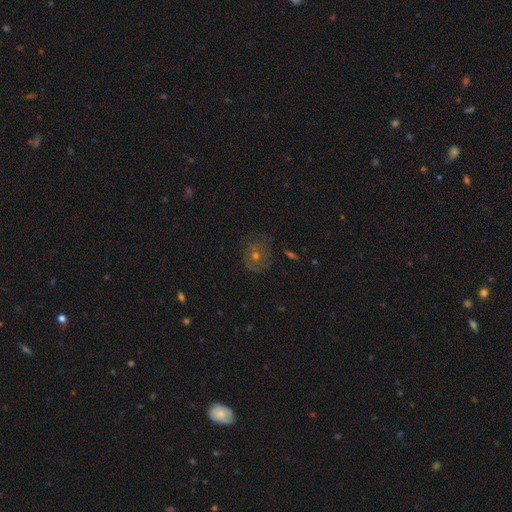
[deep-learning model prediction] featured or disk 43%, smooth 34%, star or artifact 23%. Down the decision tree: merging — none (73%).